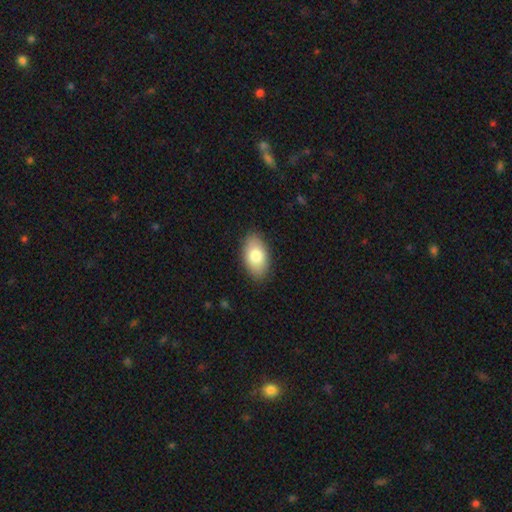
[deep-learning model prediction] Smooth or featured: smooth — 79% (featured or disk — 14%)
How rounded: in between — 93% (round — 5%)
Merging: none — 87% (minor disturbance — 10%)